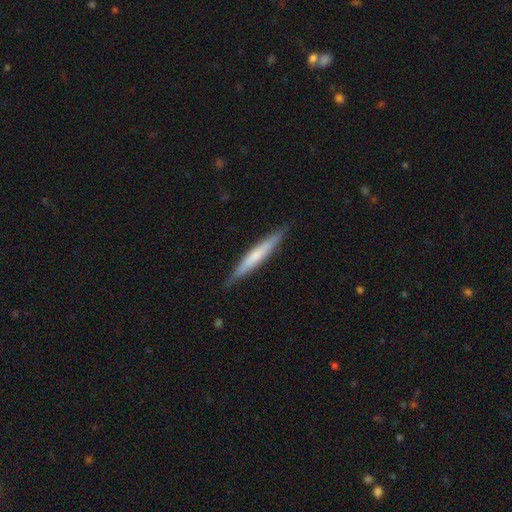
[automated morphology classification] smooth 52%, featured or disk 43%, star or artifact 5%. Down the decision tree: how rounded — cigar-shaped (95%); merging — none (88%).